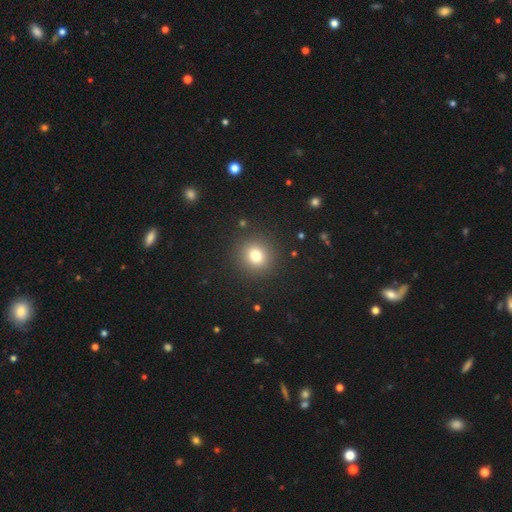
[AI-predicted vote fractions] The model was most divided on "smooth or featured": smooth: 77%, star or artifact: 15%, featured or disk: 8%. More confident: how rounded — round (91%); merging — none (91%).